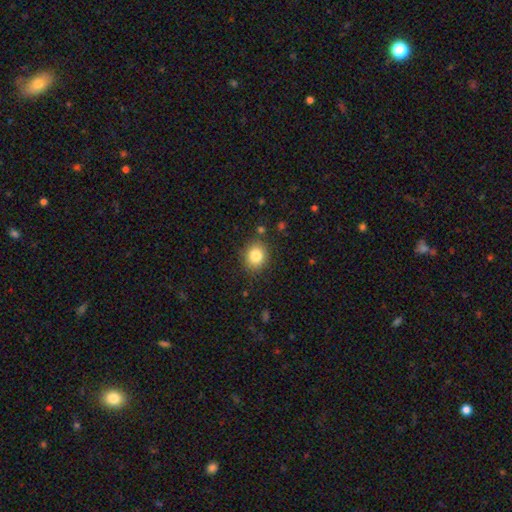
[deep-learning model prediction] smooth_or_featured: smooth (p=0.83) [alt: star or artifact p=0.10]
how_rounded: round (p=0.68) [alt: in between p=0.31]
merging: none (p=0.85) [alt: minor disturbance p=0.10]